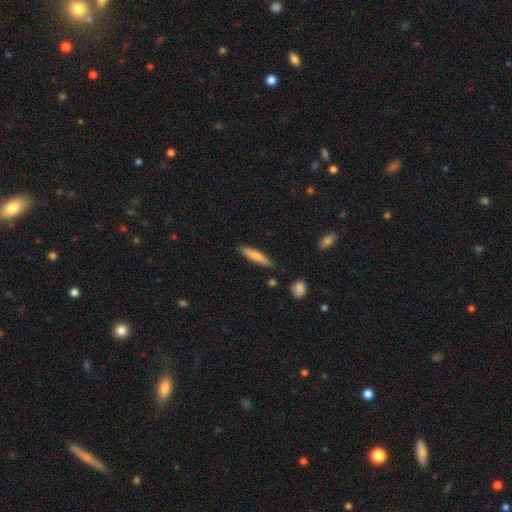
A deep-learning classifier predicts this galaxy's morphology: smooth 72%, featured or disk 22%, star or artifact 6%. Down the decision tree: how rounded — cigar-shaped (86%); merging — none (83%).